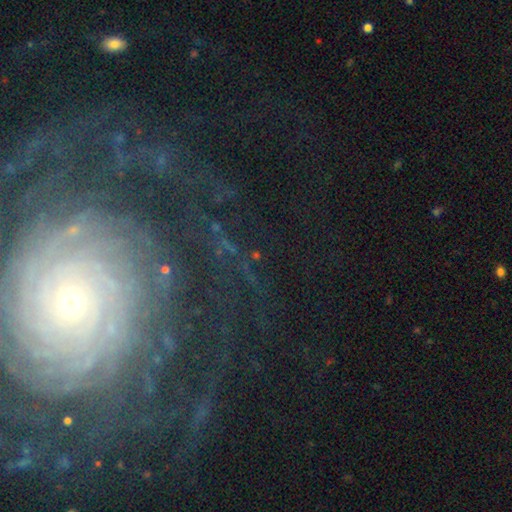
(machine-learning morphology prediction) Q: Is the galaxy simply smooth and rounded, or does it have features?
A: star or artifact — 74%.